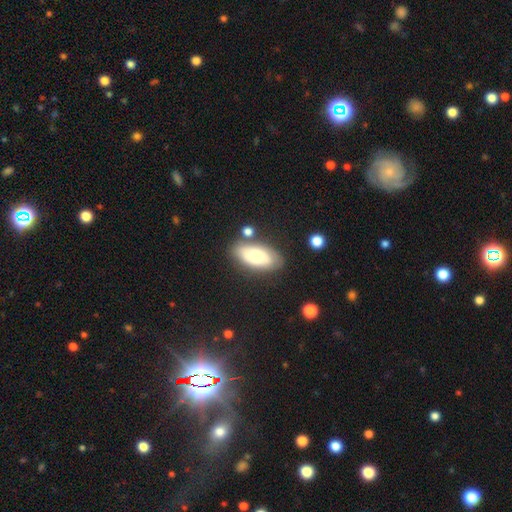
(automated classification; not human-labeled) Overall: smooth (62%; featured or disk 31%). How rounded: in between (89%). Merging: none (70%).